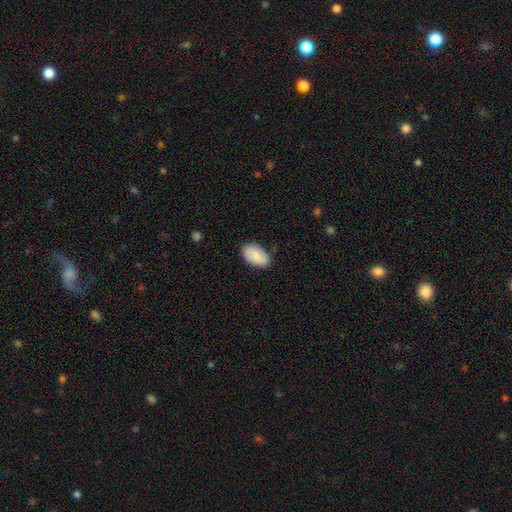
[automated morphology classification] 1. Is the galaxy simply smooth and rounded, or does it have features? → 82% smooth, 12% featured or disk, 6% star or artifact.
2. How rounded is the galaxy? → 94% in between, 5% round, 1% cigar-shaped.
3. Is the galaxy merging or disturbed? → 83% none, 14% minor disturbance, 2% major disturbance, 1% merger.